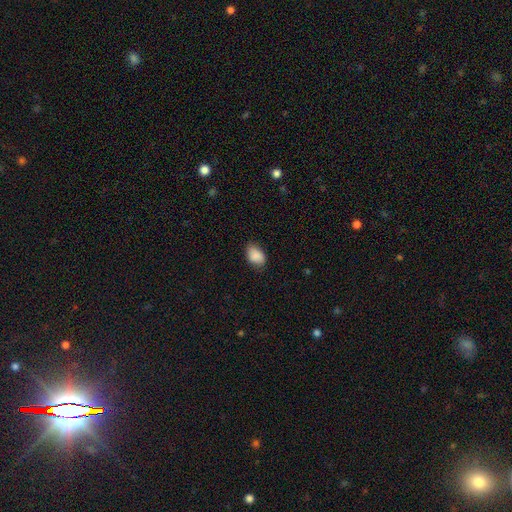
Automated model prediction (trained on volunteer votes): Smooth or featured?
  - smooth: 88% *
  - star or artifact: 7%
  - featured or disk: 5%
How rounded?
  - in between: 85% *
  - round: 14%
  - cigar-shaped: 1%
Merging?
  - none: 73% *
  - minor disturbance: 21%
  - major disturbance: 4%
  - merger: 1%